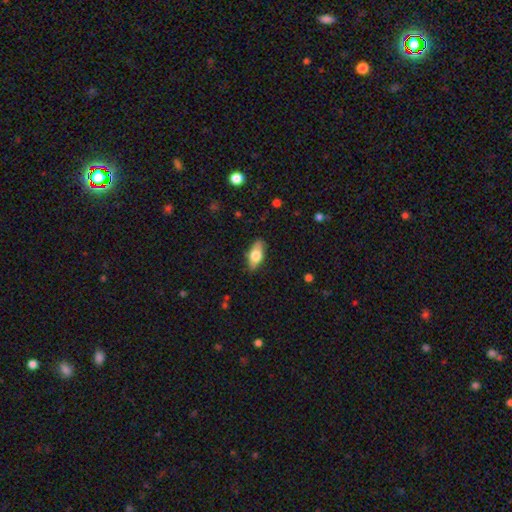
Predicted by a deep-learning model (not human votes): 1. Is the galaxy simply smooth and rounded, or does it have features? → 67% smooth, 26% featured or disk, 6% star or artifact.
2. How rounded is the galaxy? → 84% in between, 13% cigar-shaped, 4% round.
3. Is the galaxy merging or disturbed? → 85% none, 11% minor disturbance, 2% major disturbance, 1% merger.